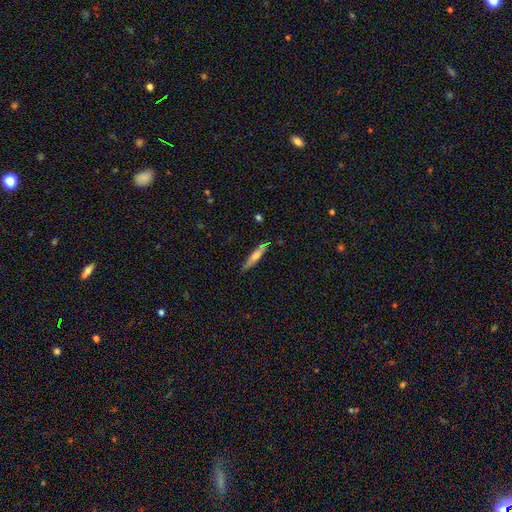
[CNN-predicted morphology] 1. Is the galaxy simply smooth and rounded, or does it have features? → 57% smooth, 37% featured or disk, 6% star or artifact.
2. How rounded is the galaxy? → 90% cigar-shaped, 9% in between, 2% round.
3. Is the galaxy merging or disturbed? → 82% none, 13% minor disturbance, 3% merger, 2% major disturbance.